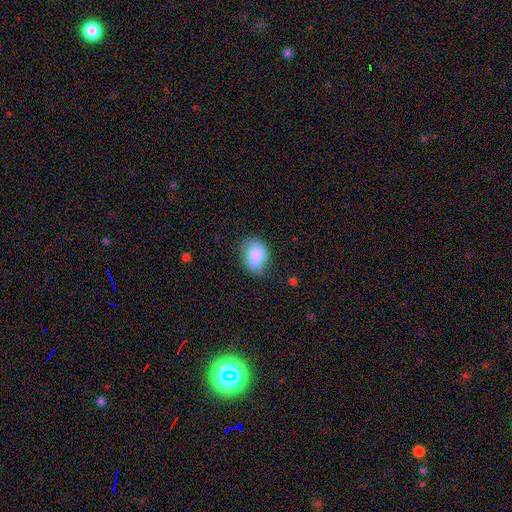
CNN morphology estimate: Smooth or featured? Predicted: smooth (p=0.86). How rounded? Predicted: in between (p=0.59). Merging? Predicted: none (p=0.63).